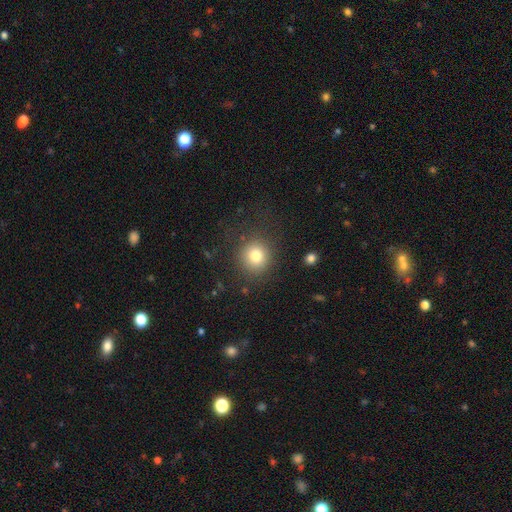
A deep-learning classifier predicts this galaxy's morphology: Smooth or featured? smooth (78%)
How rounded? round (90%)
Merging? none (84%)